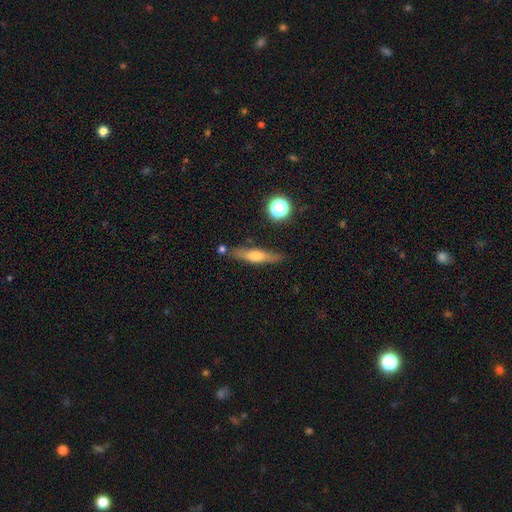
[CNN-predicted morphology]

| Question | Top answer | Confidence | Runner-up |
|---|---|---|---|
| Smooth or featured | smooth | 48% | featured or disk (44%) |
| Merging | none | 80% | minor disturbance (12%) |